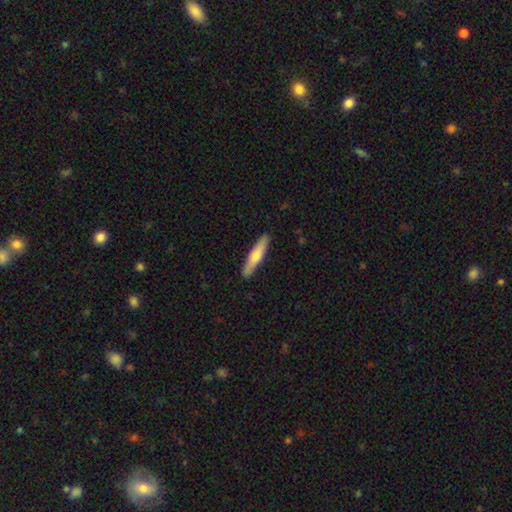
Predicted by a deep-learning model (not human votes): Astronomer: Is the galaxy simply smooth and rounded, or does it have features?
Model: smooth — 54% (runner-up: featured or disk, 41%).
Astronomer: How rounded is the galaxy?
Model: cigar-shaped — 85%.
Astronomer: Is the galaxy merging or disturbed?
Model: none — 90%.